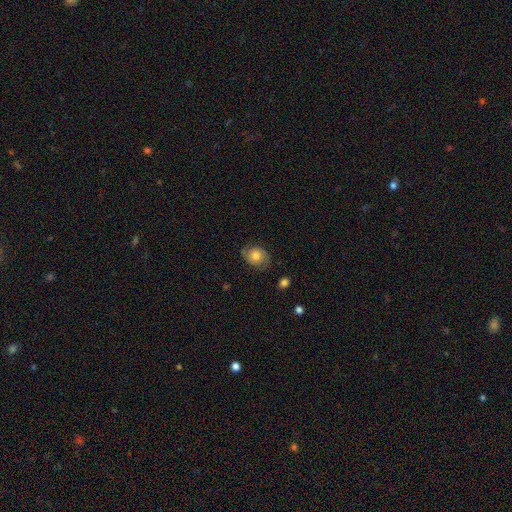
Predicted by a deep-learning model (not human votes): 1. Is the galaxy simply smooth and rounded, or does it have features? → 50% smooth, 41% featured or disk, 9% star or artifact.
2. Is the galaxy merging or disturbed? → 72% none, 20% minor disturbance, 6% major disturbance, 2% merger.